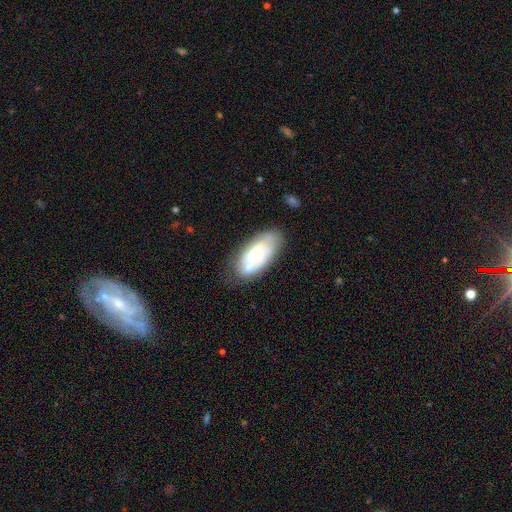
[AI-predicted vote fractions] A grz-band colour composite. It shows a smooth galaxy with no disk features (52%) that is in between round and cigar-shaped (90%). Merging: none (62%).